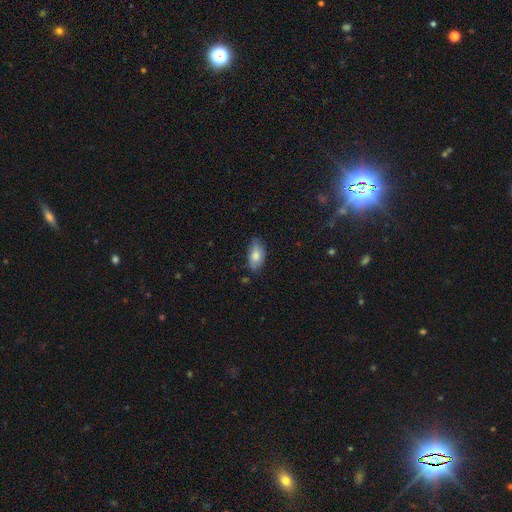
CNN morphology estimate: smooth_or_featured: smooth (p=0.77) [alt: featured or disk p=0.16]
how_rounded: in between (p=0.92) [alt: cigar-shaped p=0.05]
merging: none (p=0.71) [alt: minor disturbance p=0.23]